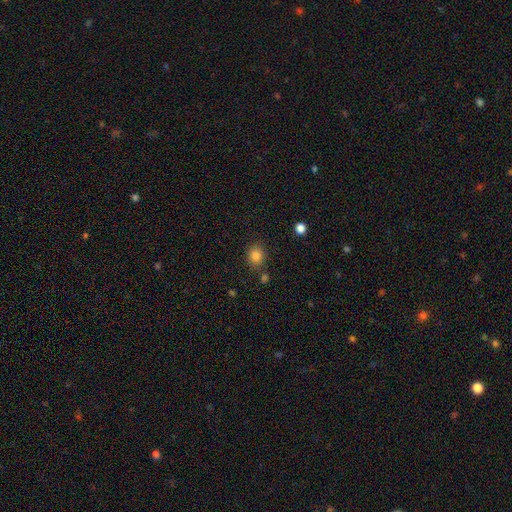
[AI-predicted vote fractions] Morphology: type=smooth (84%); roundness=round (71%); merging=none (79%).